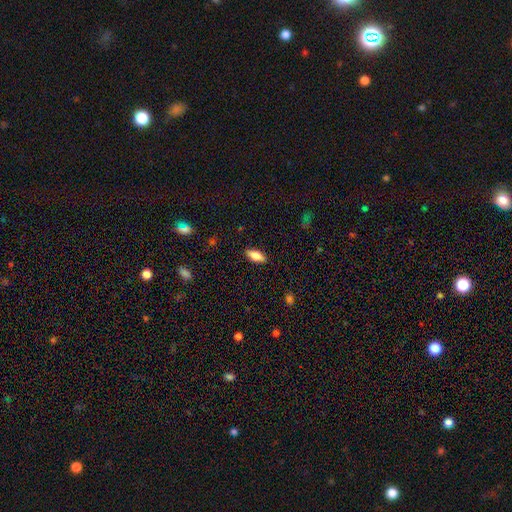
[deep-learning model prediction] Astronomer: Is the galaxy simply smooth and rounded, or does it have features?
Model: smooth — 74%.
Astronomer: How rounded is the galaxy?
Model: in between — 78%.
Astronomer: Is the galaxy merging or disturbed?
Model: none — 88%.